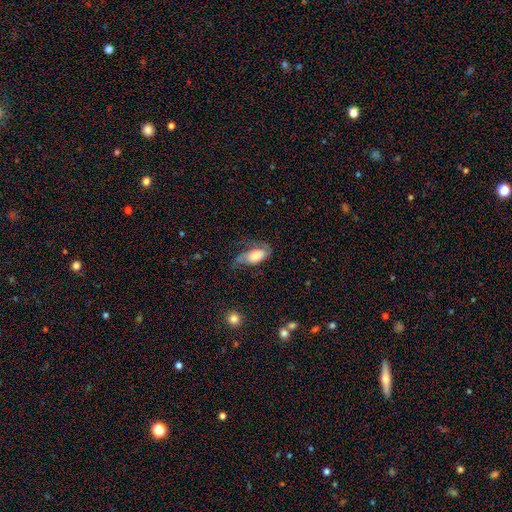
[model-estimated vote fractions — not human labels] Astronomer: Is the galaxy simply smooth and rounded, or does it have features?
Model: smooth — 54% (runner-up: featured or disk, 39%).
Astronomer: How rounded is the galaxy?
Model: in between — 89%.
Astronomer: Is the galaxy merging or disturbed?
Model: none — 37% (runner-up: minor disturbance, 30%).